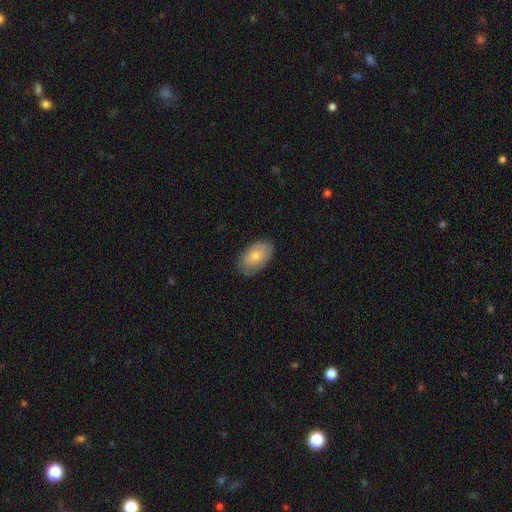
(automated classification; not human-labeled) smooth-or-featured: smooth: 75% | featured or disk: 19% | star or artifact: 6%
  how-rounded: in between: 92% | round: 6% | cigar-shaped: 1%
  merging: none: 80% | minor disturbance: 16% | major disturbance: 3% | merger: 1%